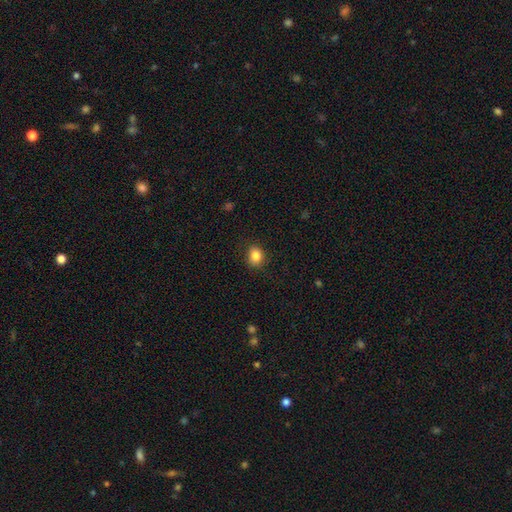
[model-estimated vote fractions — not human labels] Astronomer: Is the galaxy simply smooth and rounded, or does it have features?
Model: smooth — 85%.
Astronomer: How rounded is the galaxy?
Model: round — 62% (runner-up: in between, 38%).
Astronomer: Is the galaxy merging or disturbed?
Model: none — 85%.